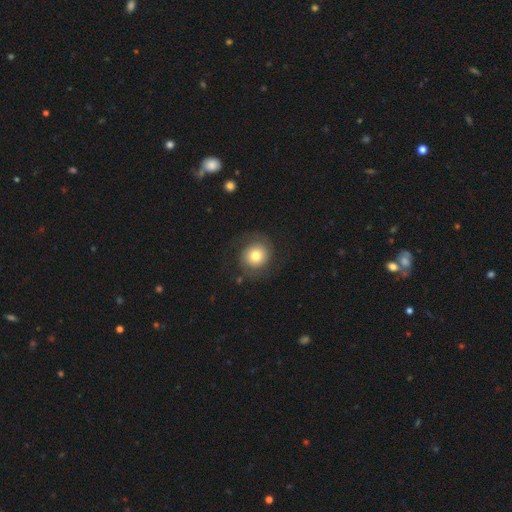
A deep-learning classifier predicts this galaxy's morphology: A smooth galaxy with no disk features (63%) that is round (86%).

Vote fractions:
- Smooth or featured? smooth: 63% / featured or disk: 29% / star or artifact: 9%
- How rounded? round: 86% / in between: 13% / cigar-shaped: 1%
- Merging? none: 73% / minor disturbance: 14% / major disturbance: 11% / merger: 1%